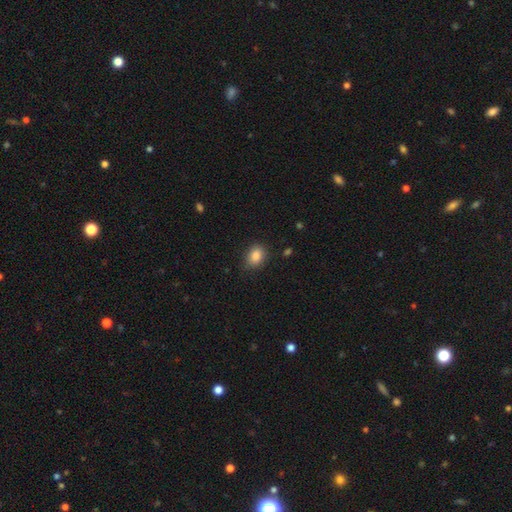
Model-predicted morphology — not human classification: A smooth galaxy with no disk features (86%) that is in between round and cigar-shaped (62%).

Vote fractions:
- Smooth or featured? smooth: 86% / star or artifact: 9% / featured or disk: 5%
- How rounded? in between: 62% / round: 37% / cigar-shaped: 1%
- Merging? none: 82% / minor disturbance: 14% / major disturbance: 3% / merger: 1%